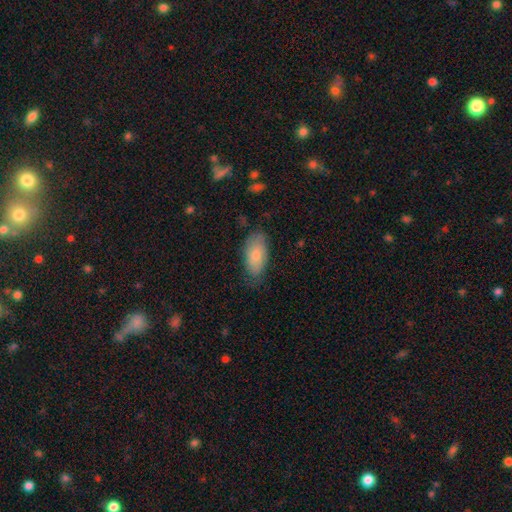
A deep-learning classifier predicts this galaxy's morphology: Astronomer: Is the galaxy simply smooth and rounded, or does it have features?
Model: smooth — 78%.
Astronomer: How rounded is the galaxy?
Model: in between — 92%.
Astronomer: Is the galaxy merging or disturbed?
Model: none — 70%.